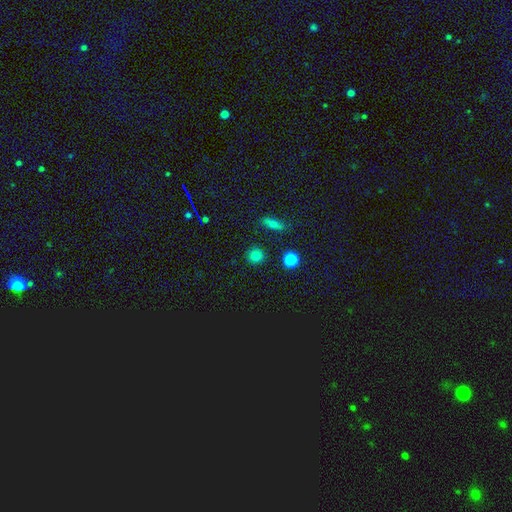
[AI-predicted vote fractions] A smooth galaxy with no disk features (80%) that is round (91%). Merging: none (90%).